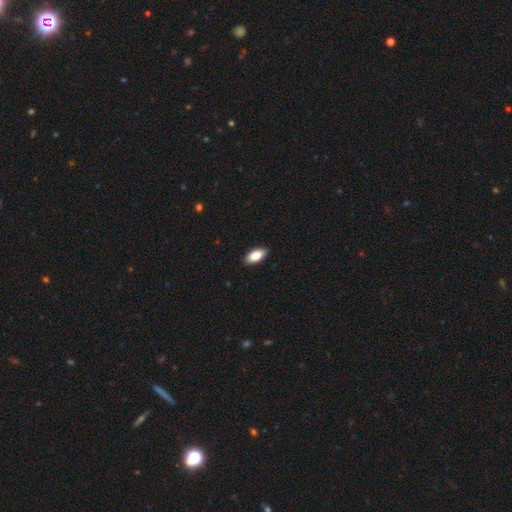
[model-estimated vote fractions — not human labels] The model was most divided on "smooth or featured": smooth: 84%, featured or disk: 9%, star or artifact: 7%. More confident: how rounded — in between (91%); merging — none (89%).